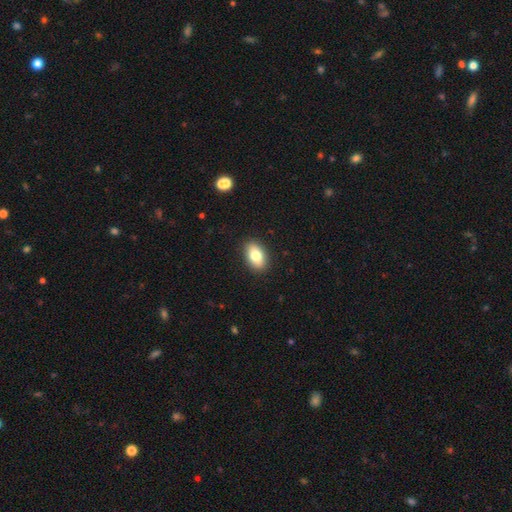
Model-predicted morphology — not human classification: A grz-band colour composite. It shows a smooth galaxy with no disk features (79%) that is in between round and cigar-shaped (89%). Merging: none (90%).